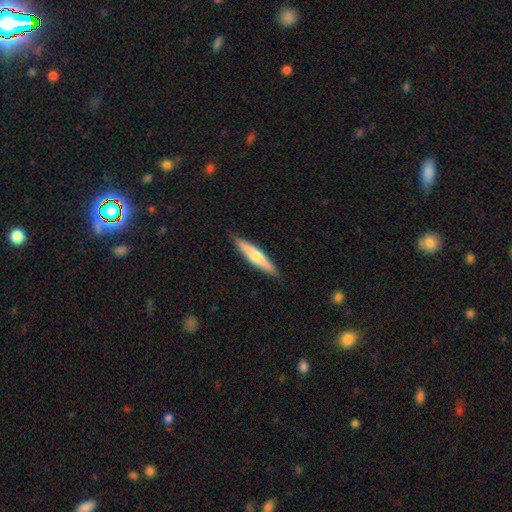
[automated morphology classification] smooth-or-featured: smooth: 61% | featured or disk: 34% | star or artifact: 5%
  how-rounded: cigar-shaped: 89% | in between: 10% | round: 1%
  merging: none: 89% | minor disturbance: 9% | major disturbance: 2% | merger: 1%